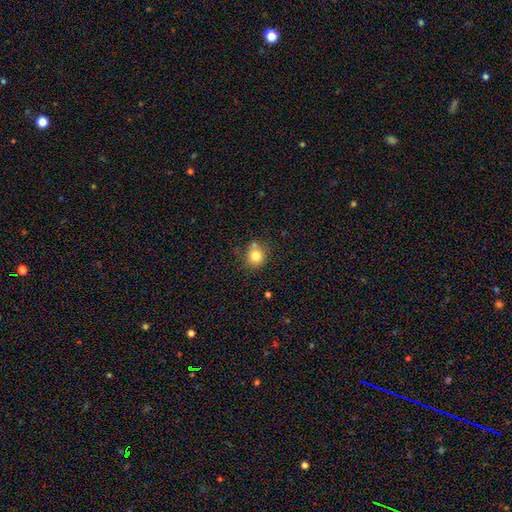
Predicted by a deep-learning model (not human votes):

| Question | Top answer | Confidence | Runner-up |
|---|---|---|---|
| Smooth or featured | smooth | 79% | star or artifact (12%) |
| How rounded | round | 87% | in between (12%) |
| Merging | none | 71% | merger (14%) |